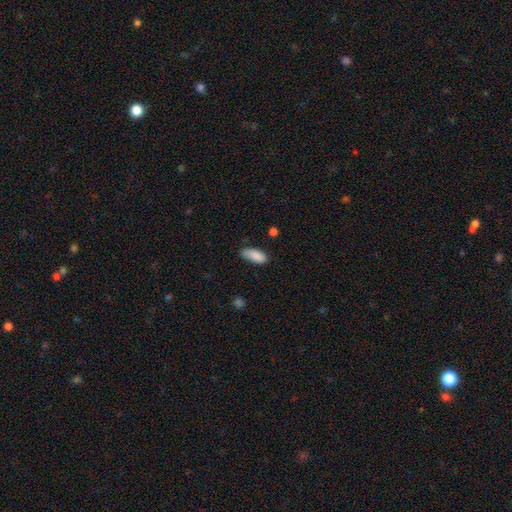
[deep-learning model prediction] Q: Smooth or featured?
A: smooth (88%); runner-up: star or artifact (7%)
Q: How rounded?
A: in between (85%); runner-up: cigar-shaped (13%)
Q: Merging?
A: none (64%); runner-up: minor disturbance (29%)